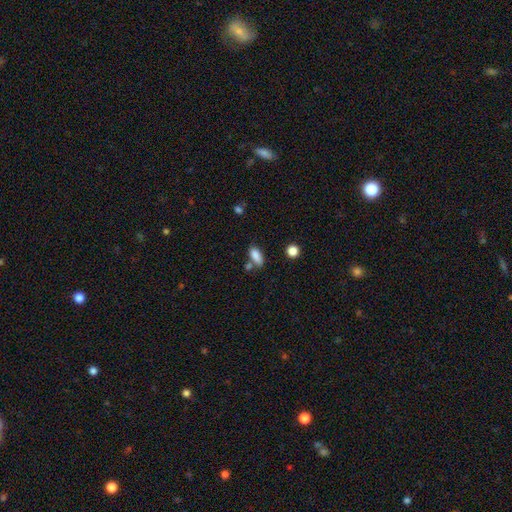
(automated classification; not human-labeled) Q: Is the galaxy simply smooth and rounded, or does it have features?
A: smooth — 85%.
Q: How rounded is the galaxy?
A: in between — 82%.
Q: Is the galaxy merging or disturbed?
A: none — 60%.